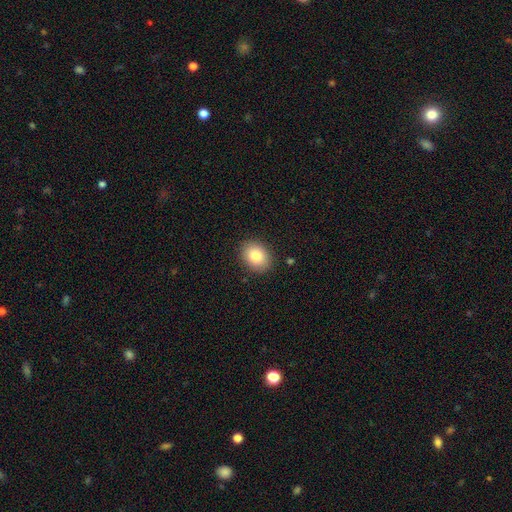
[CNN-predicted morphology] smooth 84%, featured or disk 8%, star or artifact 8%. Down the decision tree: how rounded — in between (64%); merging — none (87%).